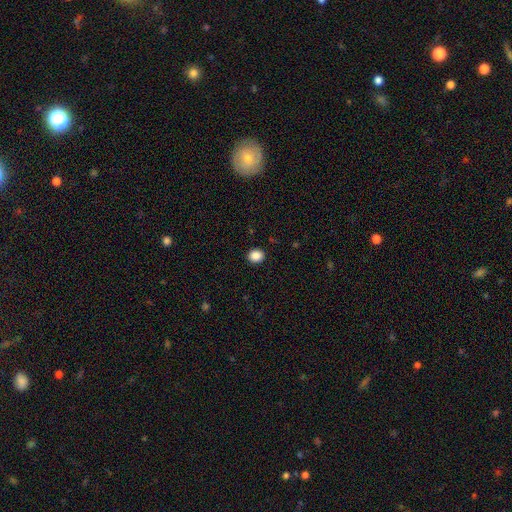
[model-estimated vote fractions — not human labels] This appears to be a smooth galaxy with no disk features (88%) that is round (76%). Merging: none (92%).